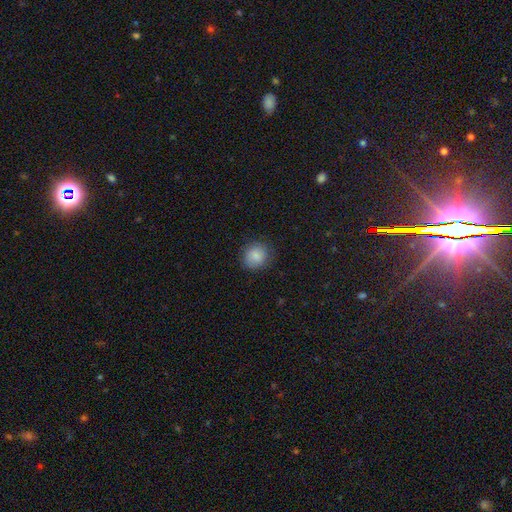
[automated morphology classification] Overall: smooth (85%). How rounded: round (79%). Merging: none (84%).